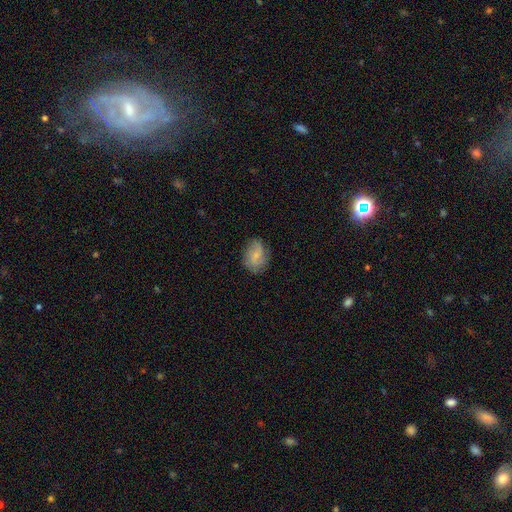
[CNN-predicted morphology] Smooth or featured?
  - smooth: 55% *
  - featured or disk: 37%
  - star or artifact: 8%
How rounded?
  - in between: 71% *
  - round: 27%
  - cigar-shaped: 2%
Merging?
  - none: 72% *
  - minor disturbance: 20%
  - major disturbance: 7%
  - merger: 1%